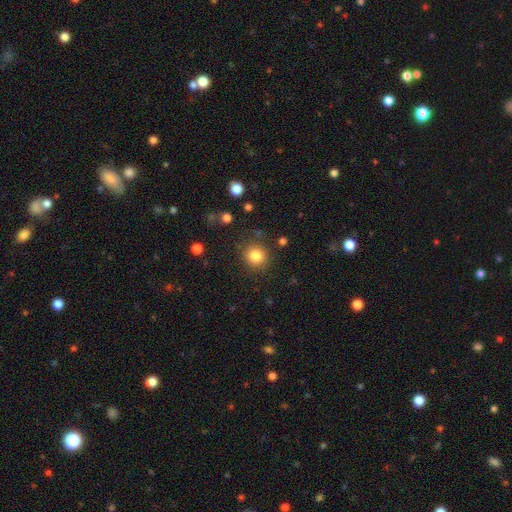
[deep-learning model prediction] Overall: smooth (84%). How rounded: round (90%). Merging: none (86%).